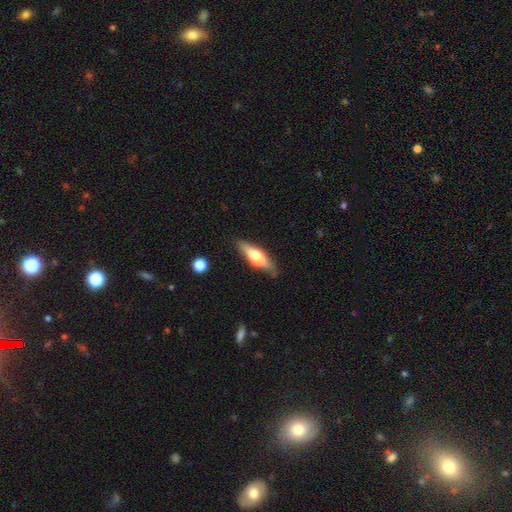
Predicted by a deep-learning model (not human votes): Smooth or featured? smooth (50%)
How rounded? cigar-shaped (58%)
Merging? none (77%)